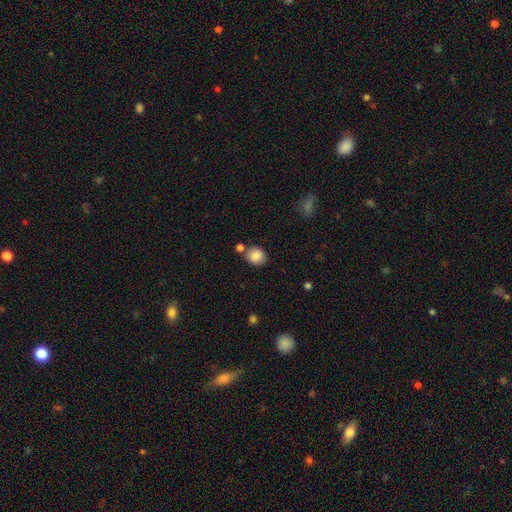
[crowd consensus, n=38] Smooth or featured? smooth (95%)
How rounded? round (75%)
Merging? none (81%)